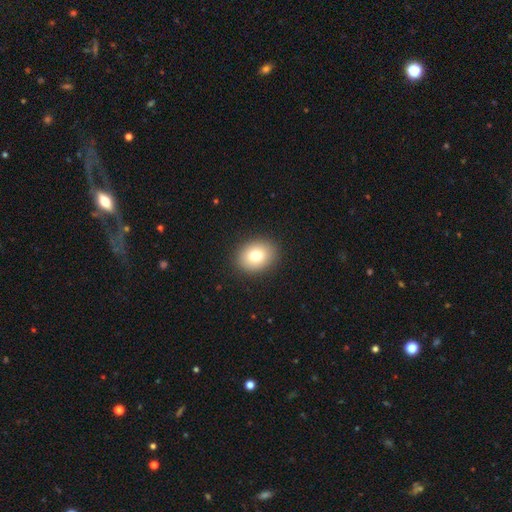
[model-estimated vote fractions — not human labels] A smooth galaxy with no disk features (78%) that is in between round and cigar-shaped (57%).

Vote fractions:
- Smooth or featured? smooth: 78% / featured or disk: 12% / star or artifact: 10%
- How rounded? in between: 57% / round: 42% / cigar-shaped: 1%
- Merging? none: 90% / minor disturbance: 7% / major disturbance: 2% / merger: 1%